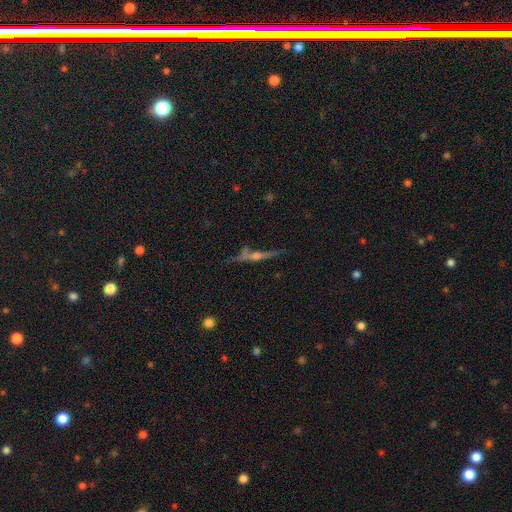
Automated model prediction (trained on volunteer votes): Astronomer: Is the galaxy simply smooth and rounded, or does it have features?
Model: featured or disk — 71%.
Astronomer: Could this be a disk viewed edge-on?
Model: yes — 94%.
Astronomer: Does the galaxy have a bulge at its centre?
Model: rounded — 84%.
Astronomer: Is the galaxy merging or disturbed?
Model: none — 77%.